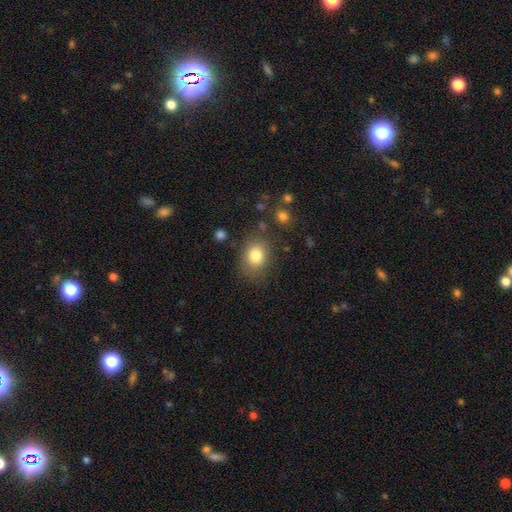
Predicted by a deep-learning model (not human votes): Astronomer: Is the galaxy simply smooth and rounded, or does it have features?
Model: smooth — 81%.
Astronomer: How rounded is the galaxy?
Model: round — 50% (runner-up: in between, 49%).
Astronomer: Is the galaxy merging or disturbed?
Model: none — 78%.